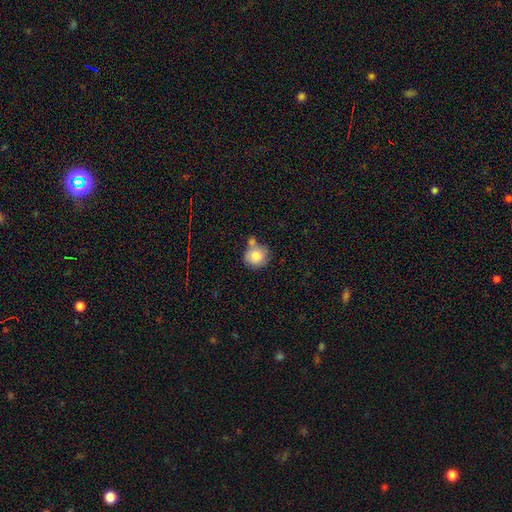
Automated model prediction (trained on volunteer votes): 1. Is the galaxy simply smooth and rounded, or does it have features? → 83% smooth, 9% featured or disk, 8% star or artifact.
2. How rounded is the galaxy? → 87% round, 12% in between, 1% cigar-shaped.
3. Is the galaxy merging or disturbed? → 53% none, 27% merger, 15% minor disturbance, 4% major disturbance.